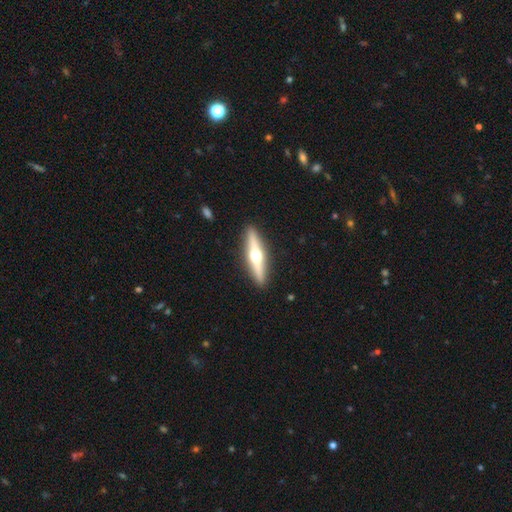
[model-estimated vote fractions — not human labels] A featured or disk galaxy (72%) viewed edge-on (96%) with a rounded central bulge (97%).

Vote fractions:
- Smooth or featured? featured or disk: 72% / smooth: 23% / star or artifact: 5%
- Edge-on disk? yes: 96% / no: 4%
- Edge-on bulge? rounded: 97% / none: 2% / boxy: 2%
- Merging? none: 92% / minor disturbance: 6% / major disturbance: 1% / merger: 1%